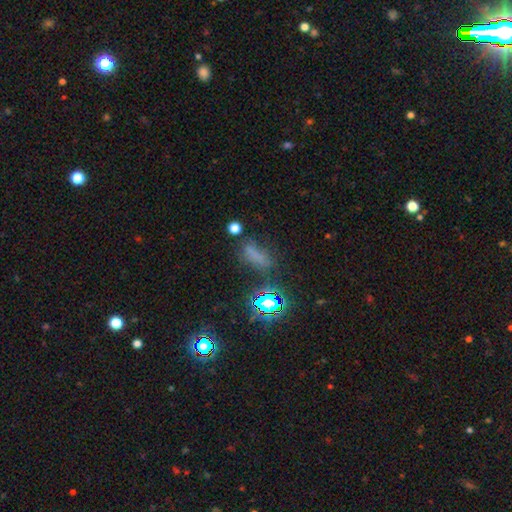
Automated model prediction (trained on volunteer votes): Q: Smooth or featured?
A: smooth (54%); runner-up: star or artifact (33%)
Q: How rounded?
A: in between (49%); runner-up: cigar-shaped (40%)
Q: Merging?
A: none (54%); runner-up: minor disturbance (23%)